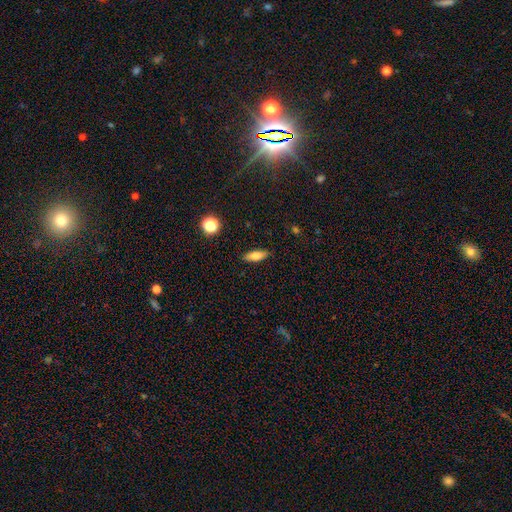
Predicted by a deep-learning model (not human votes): Smooth or featured?
  - smooth: 74% *
  - featured or disk: 17%
  - star or artifact: 8%
How rounded?
  - in between: 67% *
  - cigar-shaped: 29%
  - round: 4%
Merging?
  - none: 87% *
  - minor disturbance: 9%
  - major disturbance: 2%
  - merger: 1%